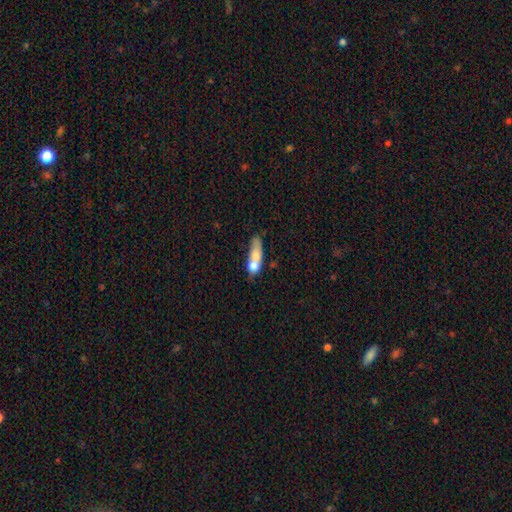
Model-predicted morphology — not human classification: Q: Smooth or featured?
A: smooth (66%); runner-up: featured or disk (25%)
Q: How rounded?
A: in between (46%); runner-up: cigar-shaped (43%)
Q: Merging?
A: merger (43%); runner-up: none (28%)